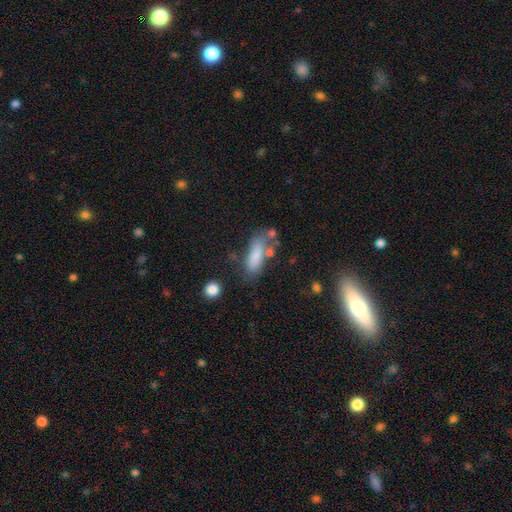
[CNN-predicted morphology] The model was most divided on "merging": none: 49%, minor disturbance: 23%, merger: 15%, major disturbance: 13%. More confident: smooth or featured — smooth (77%); how rounded — in between (63%).